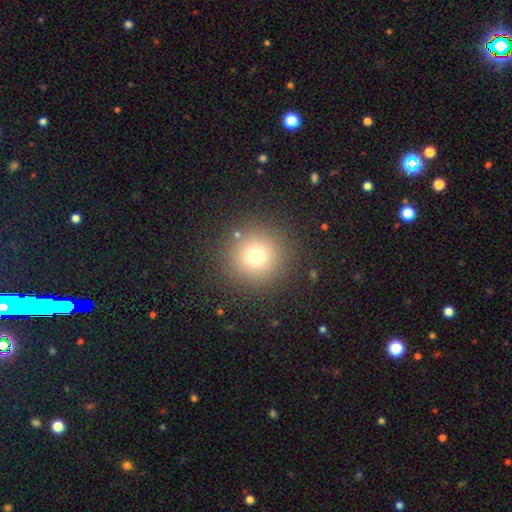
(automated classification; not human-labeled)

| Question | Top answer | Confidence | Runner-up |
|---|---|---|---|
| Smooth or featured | smooth | 72% | star or artifact (17%) |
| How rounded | round | 96% | in between (3%) |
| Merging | none | 88% | minor disturbance (6%) |